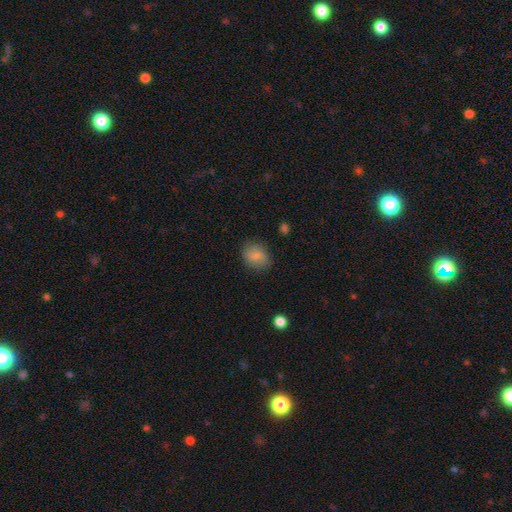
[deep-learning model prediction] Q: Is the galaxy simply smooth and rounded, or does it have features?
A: smooth — 78%.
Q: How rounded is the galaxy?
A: round — 51%.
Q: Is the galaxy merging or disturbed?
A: none — 80%.